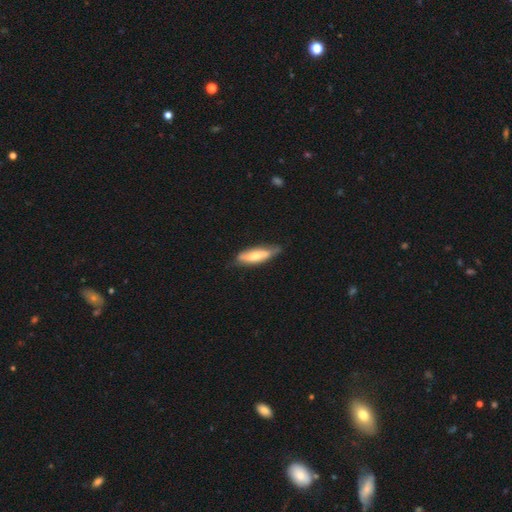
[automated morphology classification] A smooth galaxy with no disk features (55%) that is cigar-shaped (50%). Merging: none (65%).